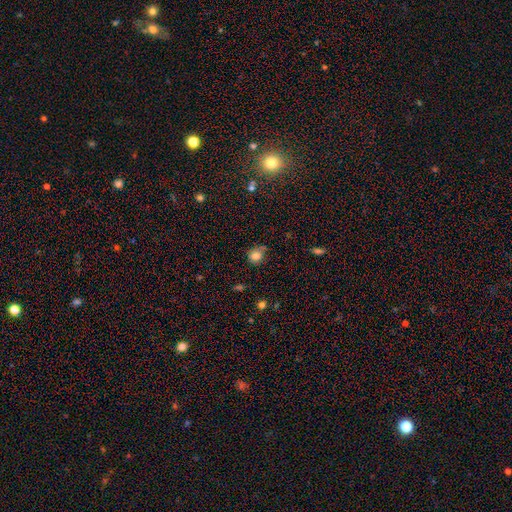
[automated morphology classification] smooth-or-featured: smooth: 82% | star or artifact: 12% | featured or disk: 6%
  how-rounded: round: 83% | in between: 16% | cigar-shaped: 1%
  merging: none: 67% | minor disturbance: 22% | merger: 6% | major disturbance: 5%